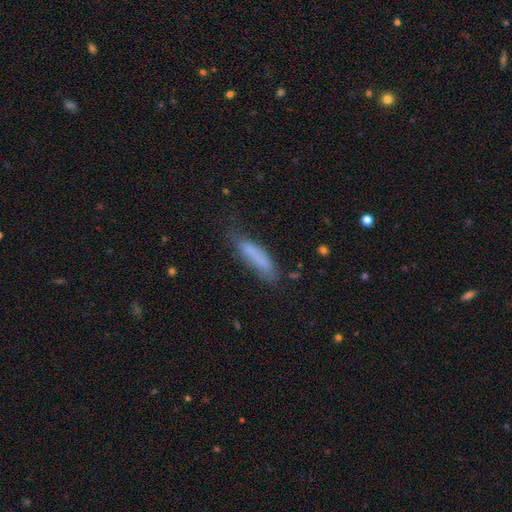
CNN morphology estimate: Overall: smooth (76%). How rounded: cigar-shaped (71%). Merging: none (56%; minor disturbance 29%).